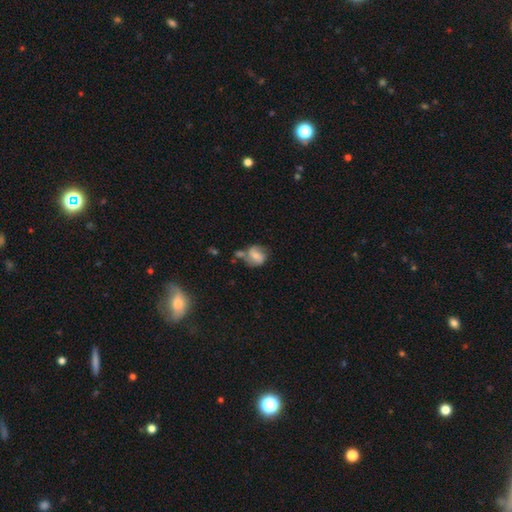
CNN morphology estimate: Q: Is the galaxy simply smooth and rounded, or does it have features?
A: smooth — 52%.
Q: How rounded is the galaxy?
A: round — 62%.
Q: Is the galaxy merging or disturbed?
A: none — 45%.